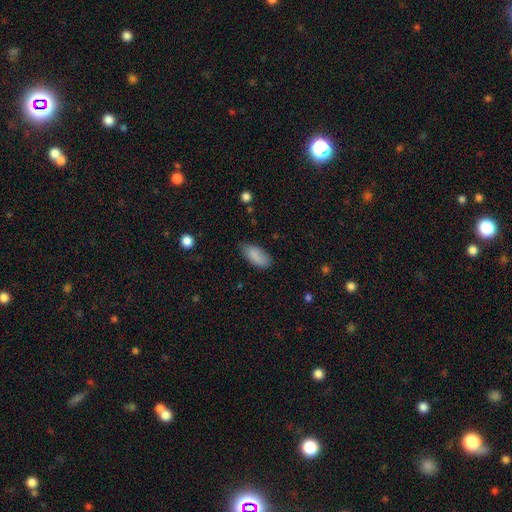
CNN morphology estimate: This is clearly a smooth galaxy (86%). How rounded: clearly in between (89%). Merging: likely none (73%).